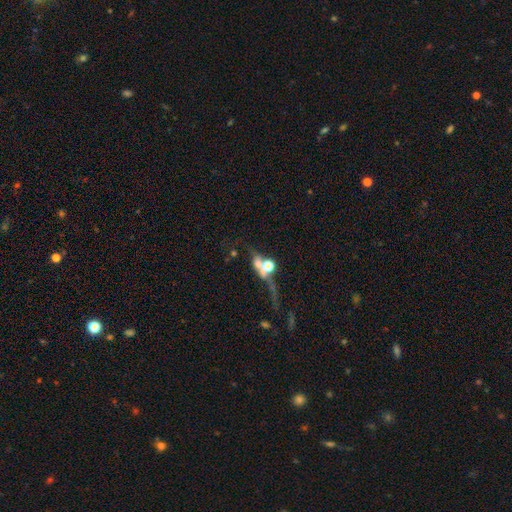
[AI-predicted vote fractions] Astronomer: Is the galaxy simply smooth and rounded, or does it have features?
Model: featured or disk — 37% (runner-up: star or artifact, 34%).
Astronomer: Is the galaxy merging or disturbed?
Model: none — 37% (runner-up: merger, 30%).